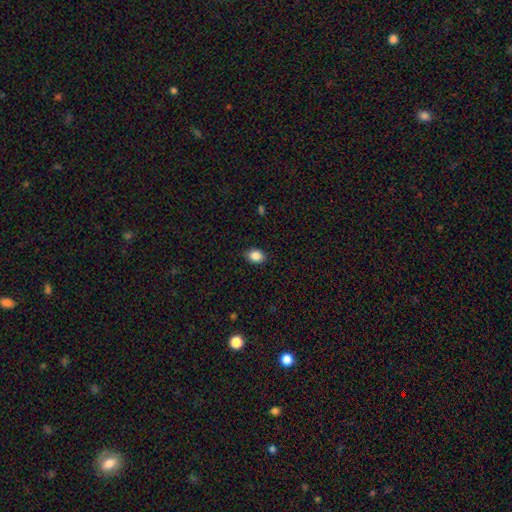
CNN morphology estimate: Overall: smooth (86%). How rounded: in between (65%; round 34%). Merging: none (88%).